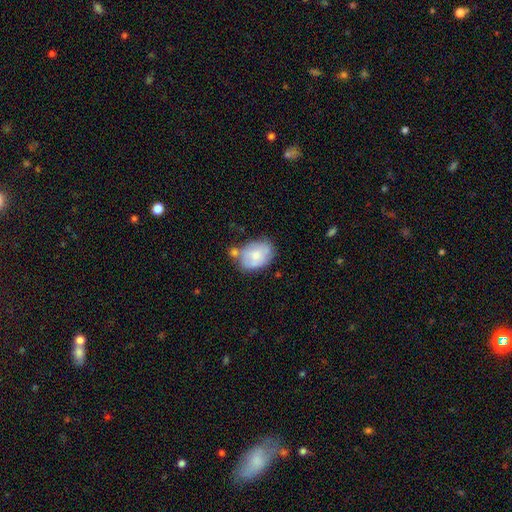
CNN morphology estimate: Q: Smooth or featured?
A: smooth (65%); runner-up: featured or disk (29%)
Q: How rounded?
A: in between (75%); runner-up: round (24%)
Q: Merging?
A: none (48%); runner-up: minor disturbance (26%)